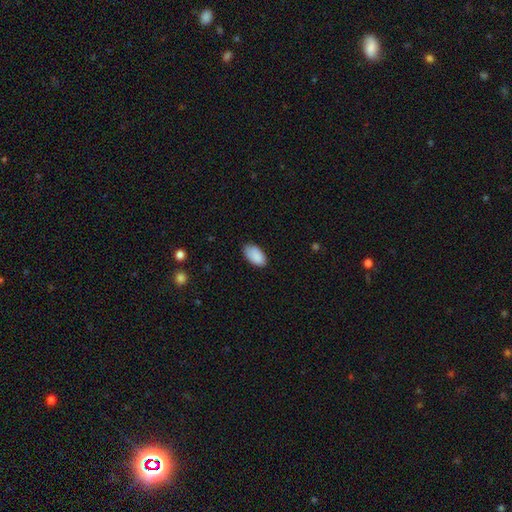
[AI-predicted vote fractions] A smooth galaxy with no disk features (89%) that is in between round and cigar-shaped (95%).

Vote fractions:
- Smooth or featured? smooth: 89% / star or artifact: 7% / featured or disk: 4%
- How rounded? in between: 95% / round: 3% / cigar-shaped: 2%
- Merging? none: 78% / minor disturbance: 18% / major disturbance: 3% / merger: 1%